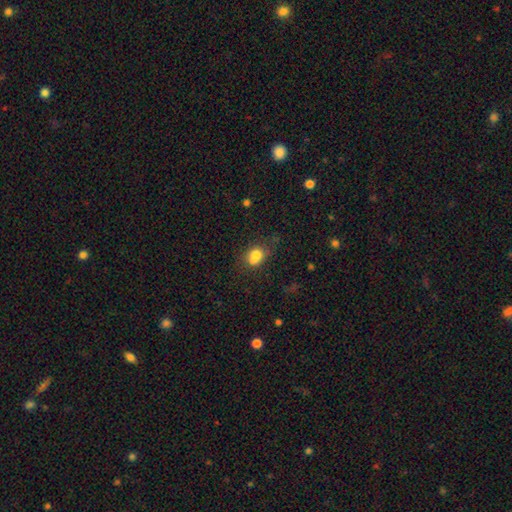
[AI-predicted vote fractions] Morphology: type=smooth (77%); roundness=in between (62%); merging=none (50%).